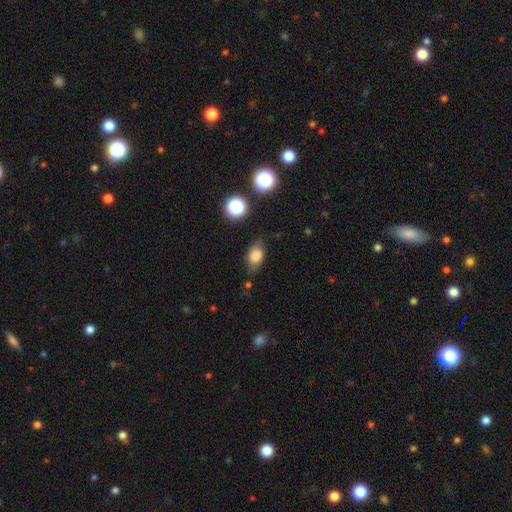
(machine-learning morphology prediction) The model was most divided on "merging": none: 67%, minor disturbance: 23%, major disturbance: 7%, merger: 3%. More confident: how rounded — in between (83%); smooth or featured — smooth (74%).